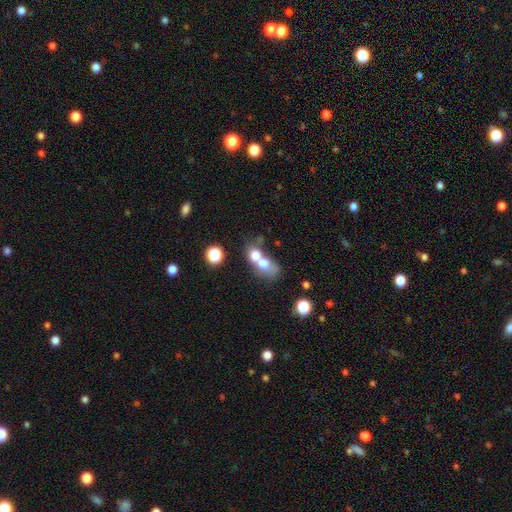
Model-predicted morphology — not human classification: Smooth or featured? smooth (66%)
How rounded? in between (49%)
Merging? merger (68%)